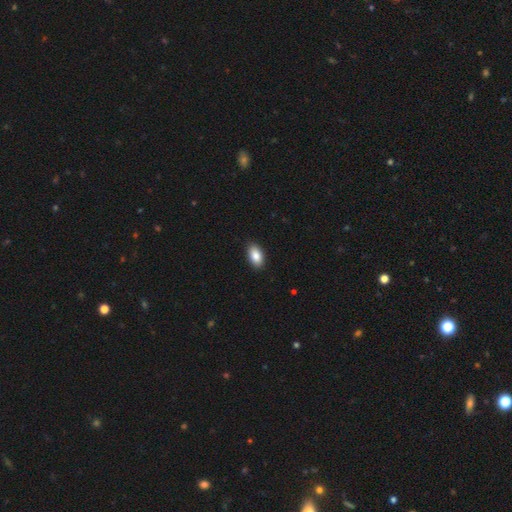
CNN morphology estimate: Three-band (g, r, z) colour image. It shows a smooth galaxy with no disk features (87%) that is in between round and cigar-shaped (93%). Merging: none (89%).